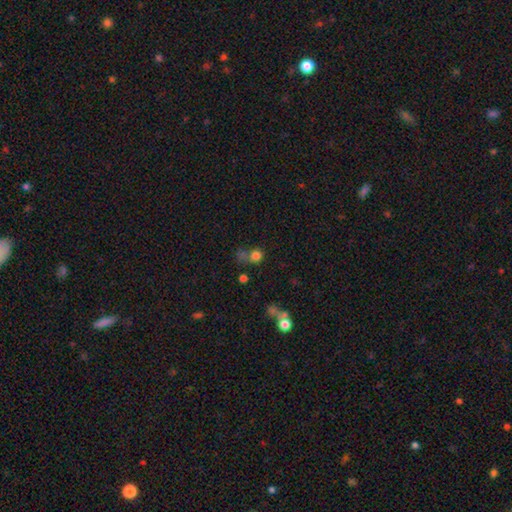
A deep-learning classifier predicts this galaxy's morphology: A smooth galaxy with no disk features (72%) that is round (81%). Merging: none (43%).